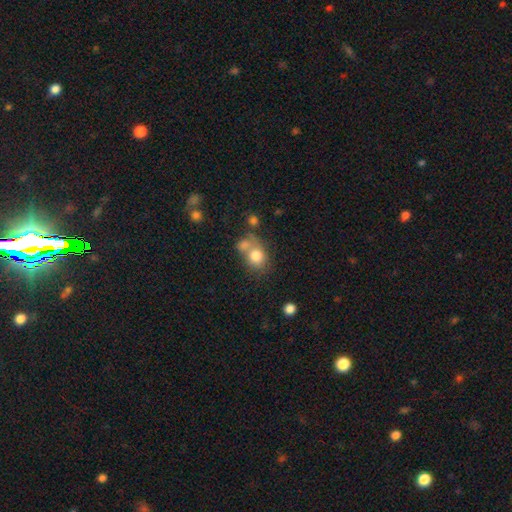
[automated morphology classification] A smooth galaxy with no disk features (79%) that is round (61%). Merging: none (44%).